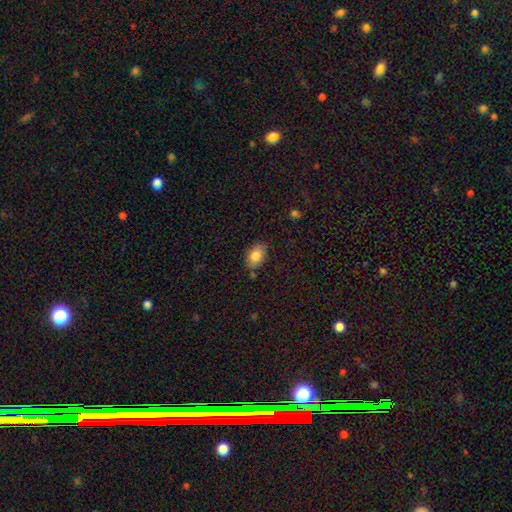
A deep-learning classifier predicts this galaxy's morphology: type=smooth (83%); roundness=in between (84%); merging=none (76%).